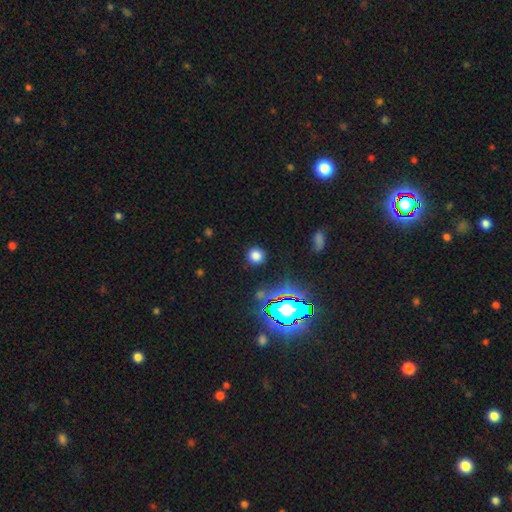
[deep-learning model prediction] A smooth galaxy with no disk features (74%) that is round (92%).

Vote fractions:
- Smooth or featured? smooth: 74% / star or artifact: 20% / featured or disk: 6%
- How rounded? round: 92% / in between: 7% / cigar-shaped: 1%
- Merging? none: 89% / minor disturbance: 7% / major disturbance: 3% / merger: 2%